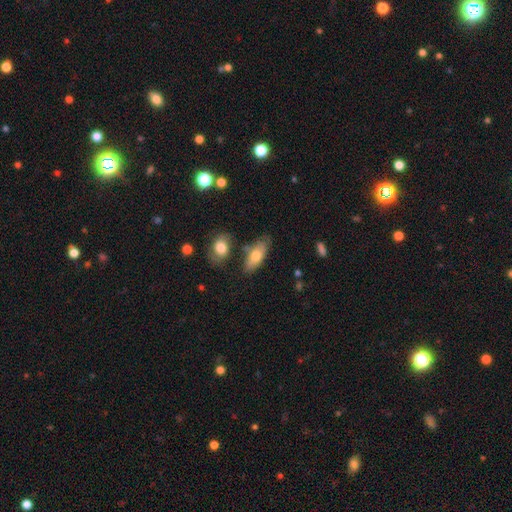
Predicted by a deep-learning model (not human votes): Smooth or featured? smooth (71%)
How rounded? in between (84%)
Merging? none (65%)